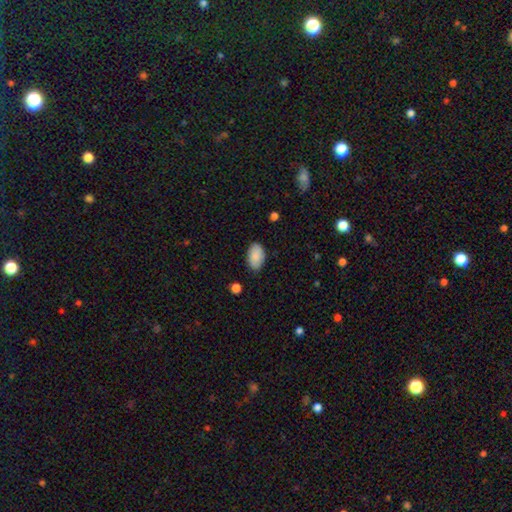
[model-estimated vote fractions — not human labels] The model was most divided on "merging": none: 85%, minor disturbance: 12%, major disturbance: 2%, merger: 1%. More confident: how rounded — in between (94%); smooth or featured — smooth (89%).